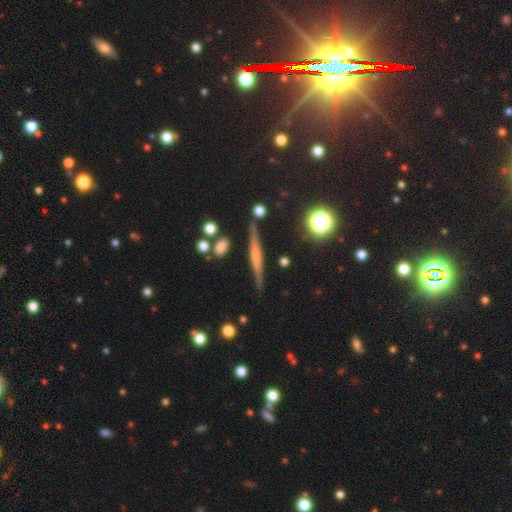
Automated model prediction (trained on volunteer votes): Q: Smooth or featured?
A: featured or disk (55%); runner-up: smooth (35%)
Q: Edge-on disk?
A: yes (95%); runner-up: no (5%)
Q: Edge-on bulge?
A: none (52%); runner-up: rounded (25%)
Q: Merging?
A: none (84%); runner-up: minor disturbance (10%)